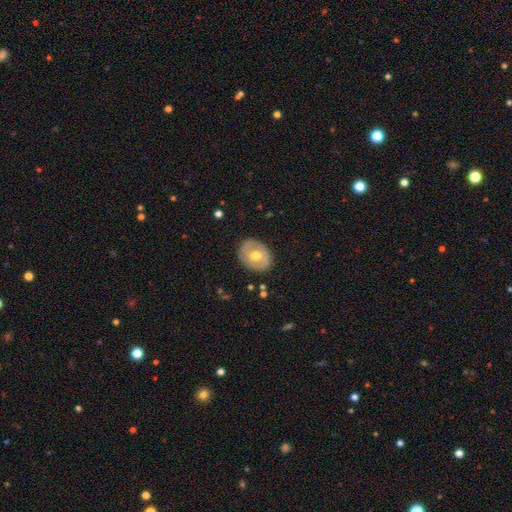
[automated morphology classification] Smooth or featured? Predicted: featured or disk (p=0.50). Edge-on disk? Predicted: no (p=0.95). Merging? Predicted: none (p=0.84).